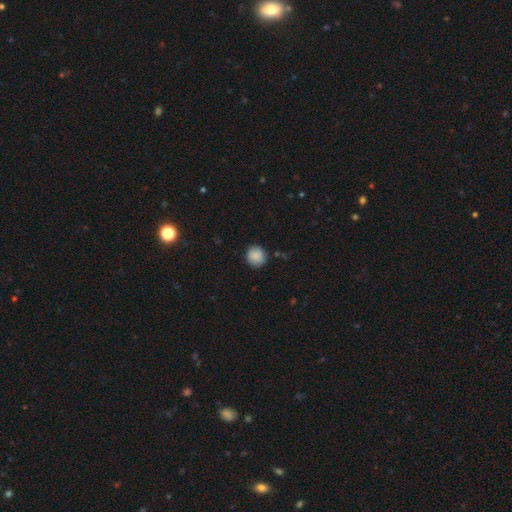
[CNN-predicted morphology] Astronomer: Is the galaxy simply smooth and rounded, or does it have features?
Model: smooth — 87%.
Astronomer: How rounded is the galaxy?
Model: round — 92%.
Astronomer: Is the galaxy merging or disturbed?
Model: none — 86%.